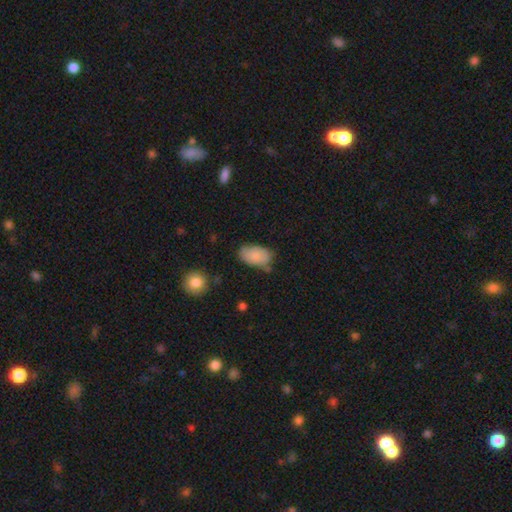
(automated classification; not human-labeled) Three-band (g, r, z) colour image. It shows a smooth galaxy with no disk features (86%) that is in between round and cigar-shaped (93%). Merging: none (65%).